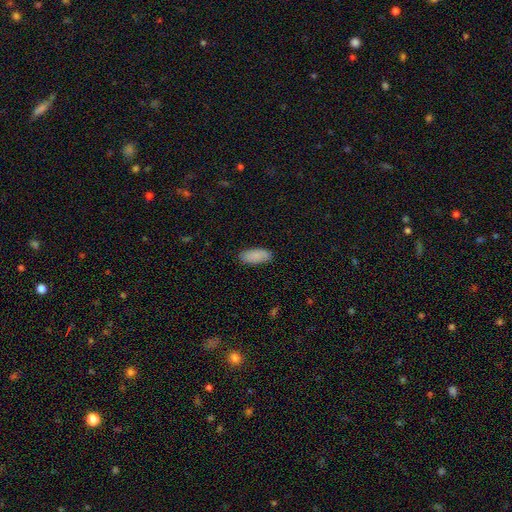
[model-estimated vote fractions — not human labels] smooth_or_featured: smooth (p=0.88) [alt: star or artifact p=0.06]
how_rounded: in between (p=0.87) [alt: cigar-shaped p=0.11]
merging: none (p=0.86) [alt: minor disturbance p=0.11]